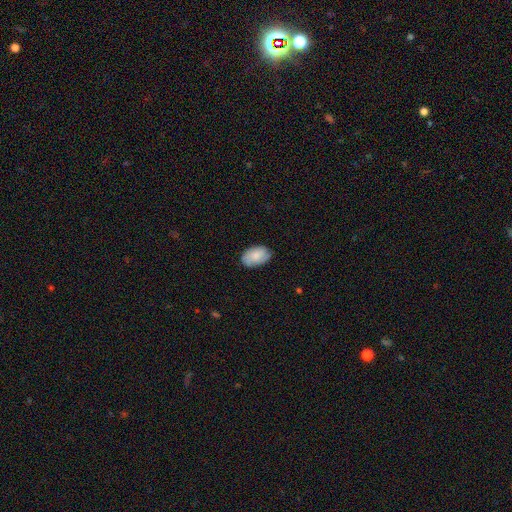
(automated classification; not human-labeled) Smooth or featured? smooth (74%)
How rounded? in between (91%)
Merging? none (77%)